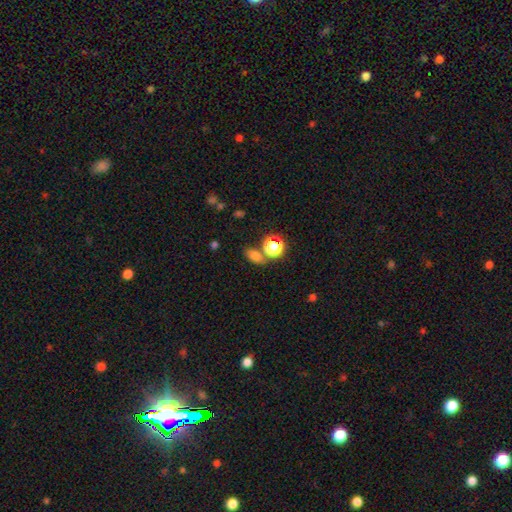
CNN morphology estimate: Smooth or featured? Predicted: smooth (p=0.77). How rounded? Predicted: in between (p=0.66). Merging? Predicted: none (p=0.61).